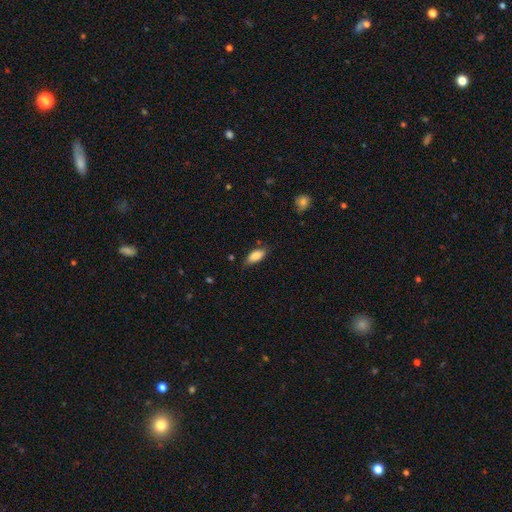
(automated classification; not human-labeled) Smooth or featured? Predicted: smooth (p=0.85). How rounded? Predicted: in between (p=0.85). Merging? Predicted: none (p=0.76).